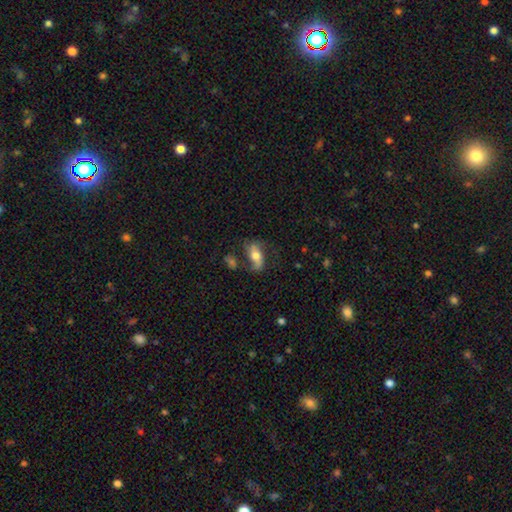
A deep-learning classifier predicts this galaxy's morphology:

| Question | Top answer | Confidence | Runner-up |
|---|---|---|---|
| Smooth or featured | featured or disk | 52% | smooth (40%) |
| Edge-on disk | no | 84% | yes (16%) |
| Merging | none | 58% | minor disturbance (21%) |